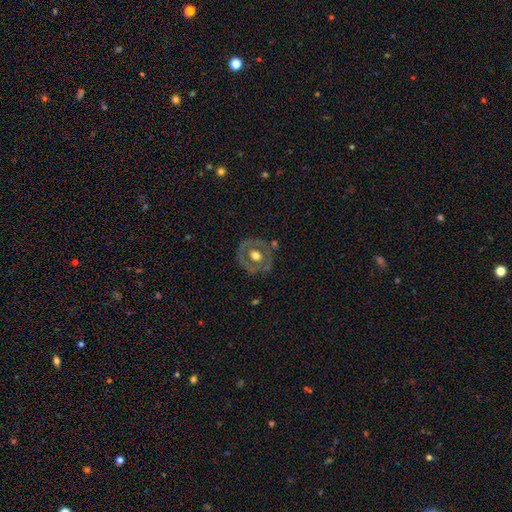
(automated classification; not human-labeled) This is possibly a featured or disk galaxy (56%). It is clearly not viewed edge-on (95%). Bar: clearly no (85%). Spiral arm pattern: clearly no (87%). Central bulge: likely moderate (63%). Merging: likely none (75%).